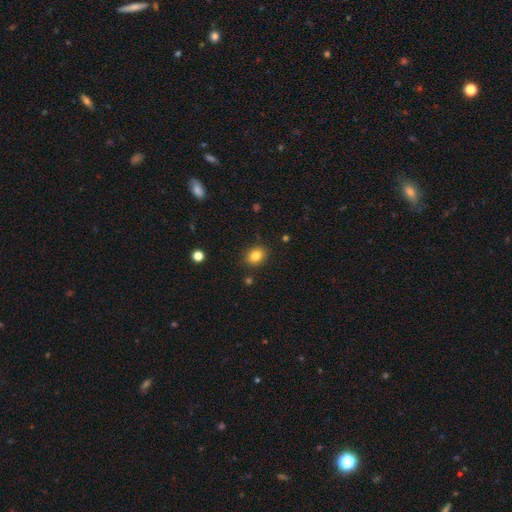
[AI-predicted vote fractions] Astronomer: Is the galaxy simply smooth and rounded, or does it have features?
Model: smooth — 83%.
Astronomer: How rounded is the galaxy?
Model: round — 53% (runner-up: in between, 47%).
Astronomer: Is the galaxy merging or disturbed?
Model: none — 87%.